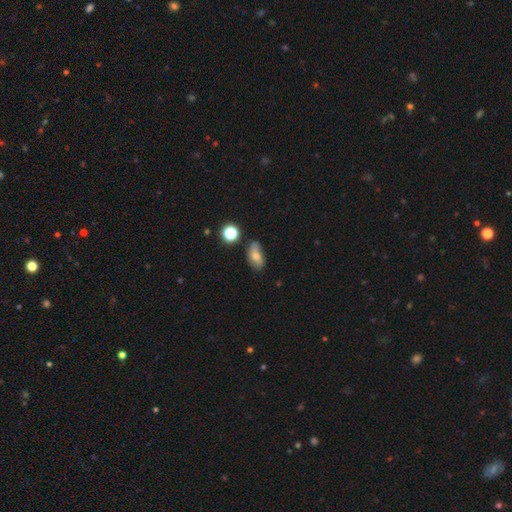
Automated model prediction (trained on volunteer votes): Smooth or featured: smooth — 65% (featured or disk — 23%)
How rounded: in between — 86% (round — 9%)
Merging: none — 60% (minor disturbance — 27%)